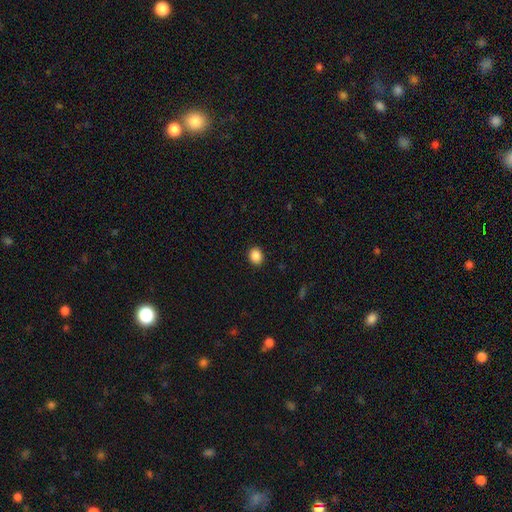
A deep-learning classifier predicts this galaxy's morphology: smooth 87%, star or artifact 9%, featured or disk 3%. Down the decision tree: how rounded — round (62%); merging — none (91%).